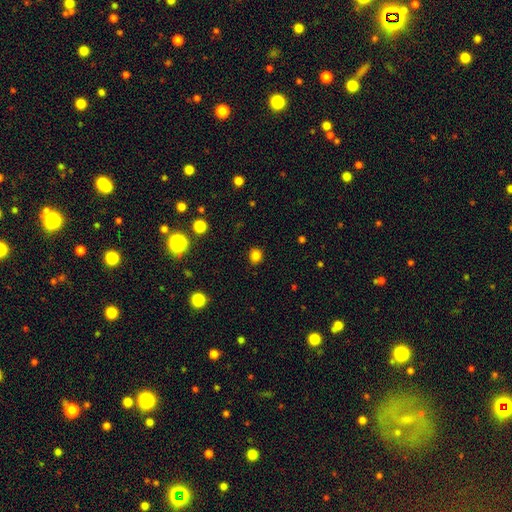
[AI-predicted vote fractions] A smooth galaxy with no disk features (82%) that is round (70%).

Vote fractions:
- Smooth or featured? smooth: 82% / star or artifact: 14% / featured or disk: 4%
- How rounded? round: 70% / in between: 29% / cigar-shaped: 1%
- Merging? none: 88% / minor disturbance: 8% / major disturbance: 3% / merger: 1%